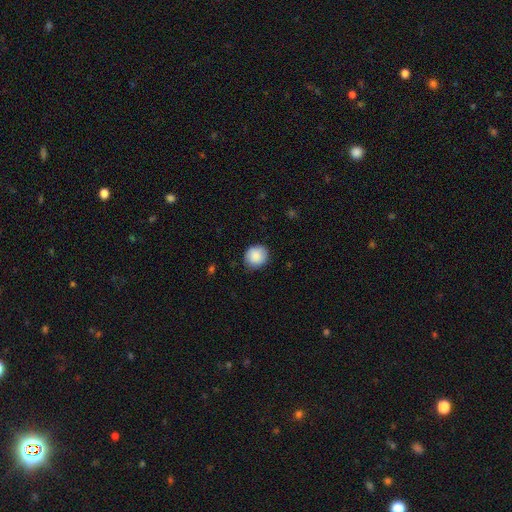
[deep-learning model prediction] A smooth galaxy with no disk features (88%) that is round (82%). Merging: none (82%).